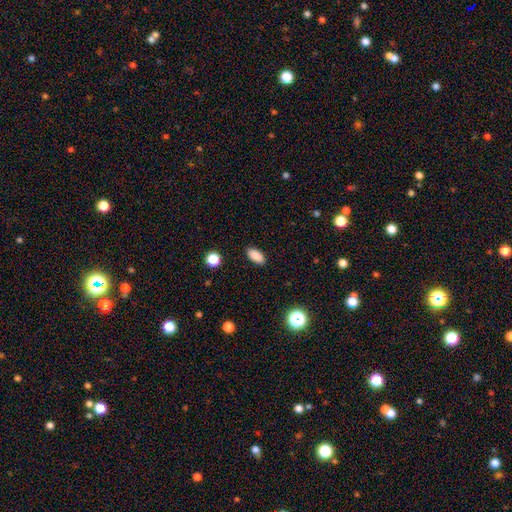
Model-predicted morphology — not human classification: Q: Smooth or featured?
A: smooth (88%); runner-up: star or artifact (9%)
Q: How rounded?
A: in between (91%); runner-up: cigar-shaped (6%)
Q: Merging?
A: none (89%); runner-up: minor disturbance (7%)